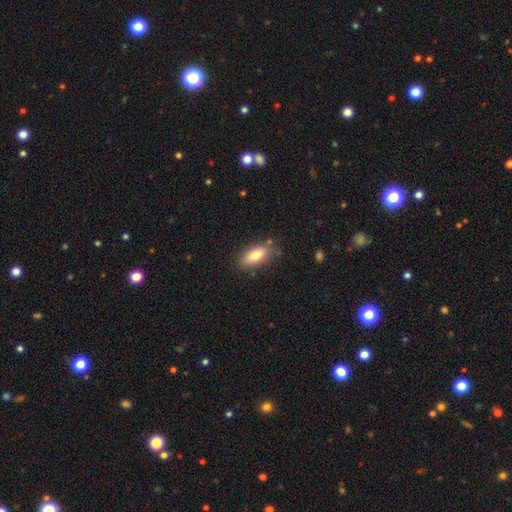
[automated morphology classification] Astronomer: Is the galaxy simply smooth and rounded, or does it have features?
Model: smooth — 80%.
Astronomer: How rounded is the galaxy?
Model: in between — 85%.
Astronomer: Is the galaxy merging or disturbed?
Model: none — 81%.